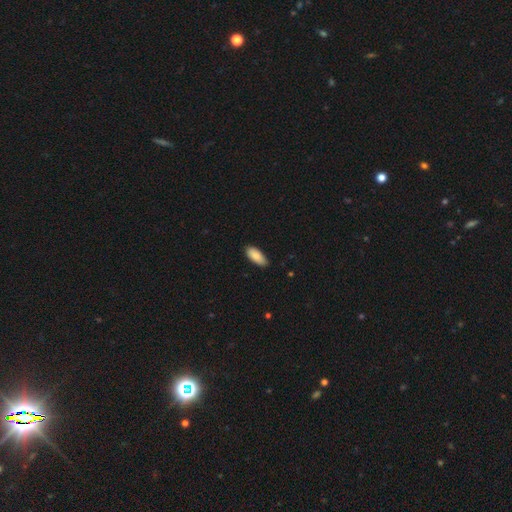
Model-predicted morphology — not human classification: A smooth galaxy with no disk features (88%) that is in between round and cigar-shaped (86%).

Vote fractions:
- Smooth or featured? smooth: 88% / featured or disk: 6% / star or artifact: 6%
- How rounded? in between: 86% / cigar-shaped: 12% / round: 2%
- Merging? none: 84% / minor disturbance: 14% / major disturbance: 2% / merger: 1%